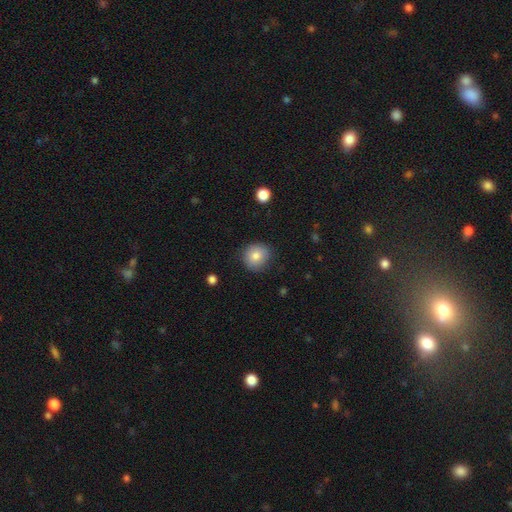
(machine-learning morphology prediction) This appears to be a smooth galaxy with no disk features (80%) that is round (84%). Merging: none (81%).